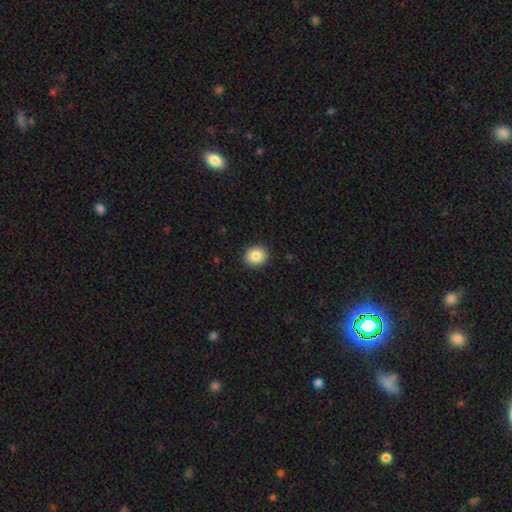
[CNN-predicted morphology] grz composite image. It shows a smooth galaxy with no disk features (86%) that is round (85%). Merging: none (92%).